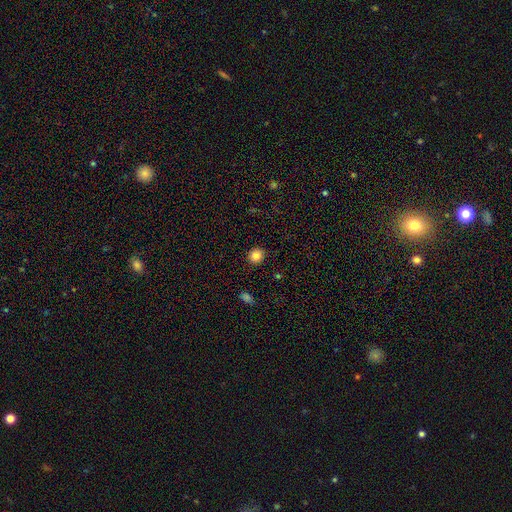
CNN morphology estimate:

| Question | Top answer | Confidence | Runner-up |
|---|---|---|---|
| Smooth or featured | smooth | 84% | star or artifact (11%) |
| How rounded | round | 86% | in between (13%) |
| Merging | none | 91% | minor disturbance (6%) |